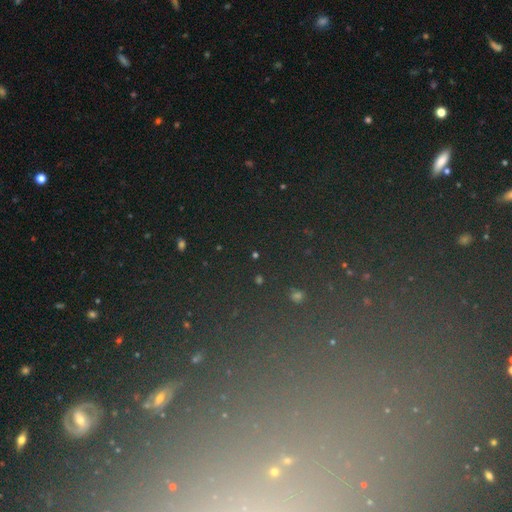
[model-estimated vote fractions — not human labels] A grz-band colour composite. It shows a star or artifact, not a galaxy (67%).